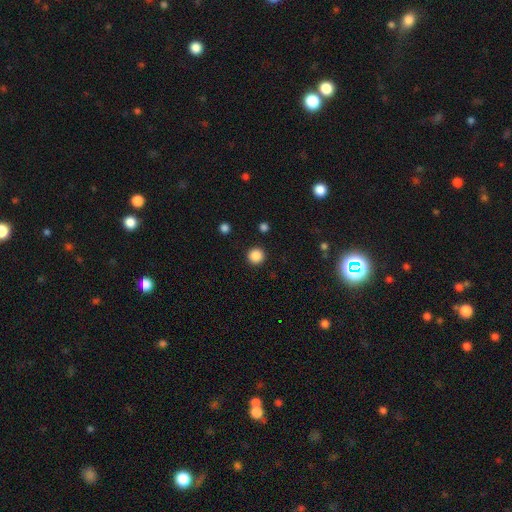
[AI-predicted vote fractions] smooth-or-featured: smooth: 87% | star or artifact: 11% | featured or disk: 3%
  how-rounded: round: 95% | in between: 4% | cigar-shaped: 1%
  merging: none: 92% | minor disturbance: 5% | major disturbance: 2% | merger: 1%